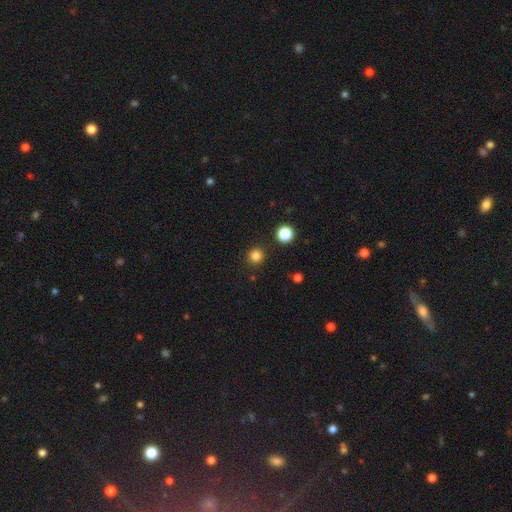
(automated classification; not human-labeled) This appears to be a smooth galaxy with no disk features (82%) that is round (95%). Merging: none (91%).